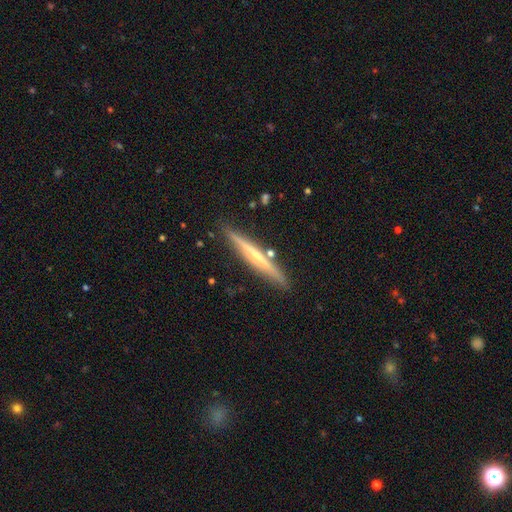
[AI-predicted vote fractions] A featured or disk galaxy (71%) viewed edge-on (97%) with a rounded central bulge (66%). Merging: none (87%).